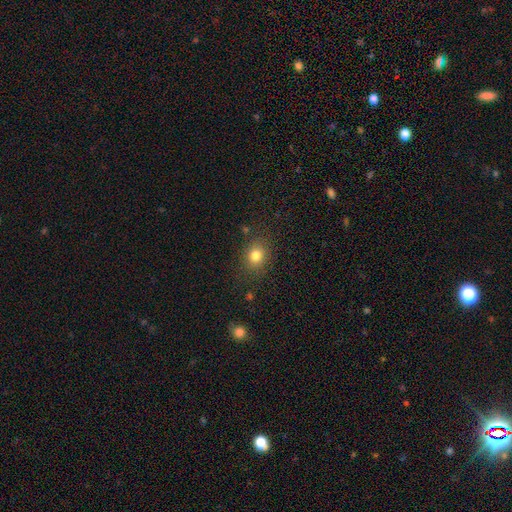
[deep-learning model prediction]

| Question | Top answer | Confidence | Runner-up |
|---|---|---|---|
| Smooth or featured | smooth | 80% | star or artifact (12%) |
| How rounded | round | 63% | in between (36%) |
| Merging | none | 83% | minor disturbance (11%) |